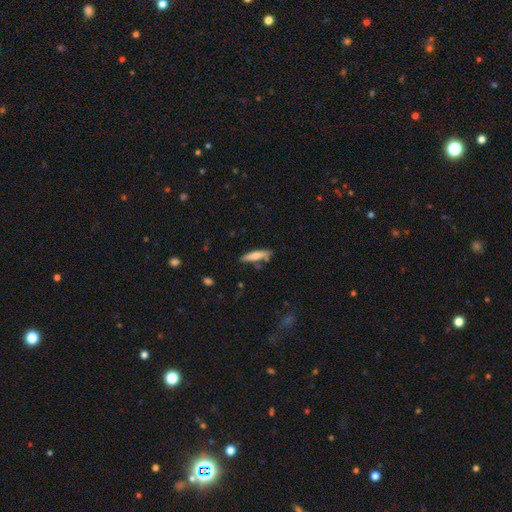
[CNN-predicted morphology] This appears to be a smooth galaxy with no disk features (69%) that is cigar-shaped (78%). Merging: none (75%).